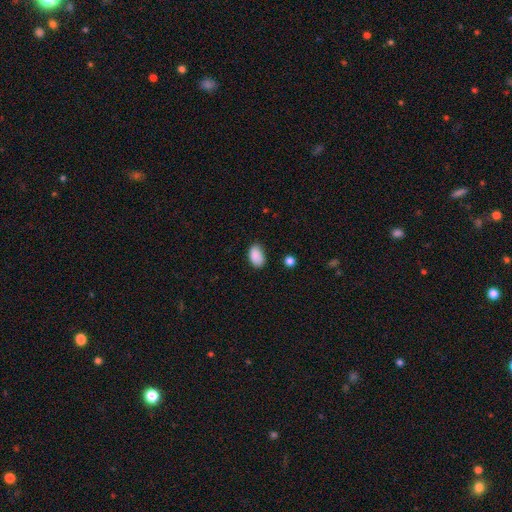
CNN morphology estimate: type=smooth (89%); roundness=in between (92%); merging=none (78%).